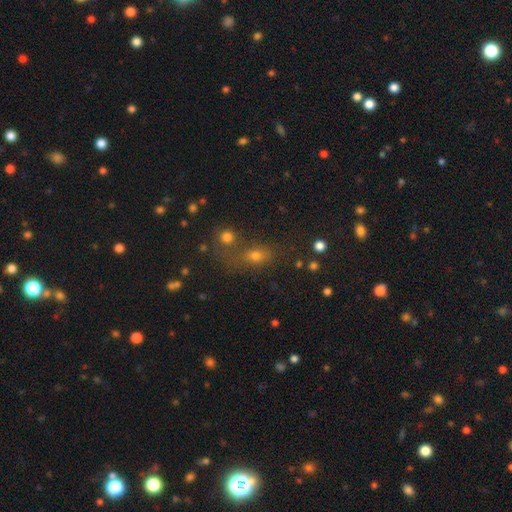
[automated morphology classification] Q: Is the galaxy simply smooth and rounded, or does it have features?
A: smooth — 65%.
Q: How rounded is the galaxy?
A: in between — 57%.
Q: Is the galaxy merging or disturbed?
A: none — 48%.